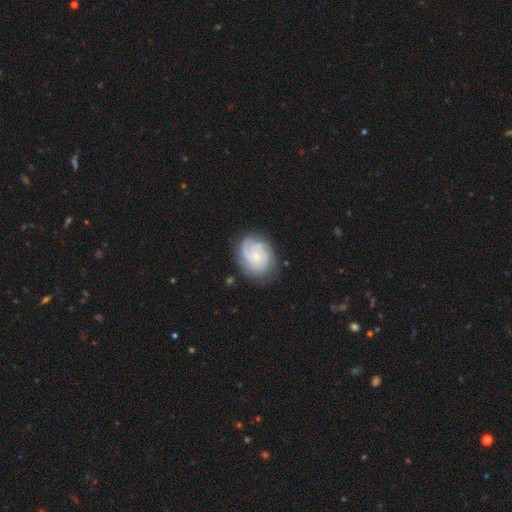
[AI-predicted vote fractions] This is likely a featured or disk galaxy (77%). It is clearly not viewed edge-on (98%). Bar: likely no (75%). Spiral arm pattern: clearly yes (95%). Spiral arm count: marginally 3 (31%). Spiral winding: likely tight (64%). Central bulge: likely small (73%). Merging: likely none (75%).